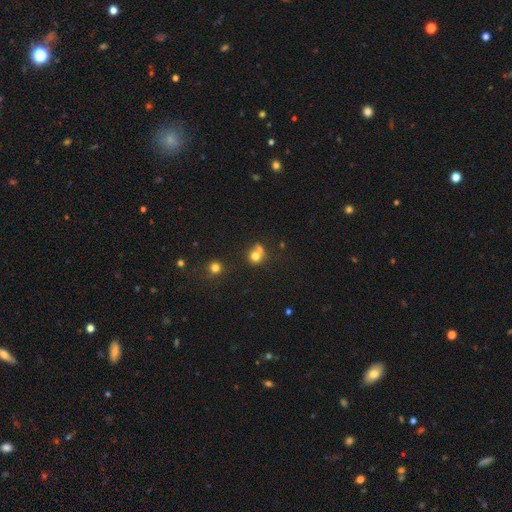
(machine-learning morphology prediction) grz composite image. It shows a smooth galaxy with no disk features (74%) that is round (79%). Merging: none (41%).